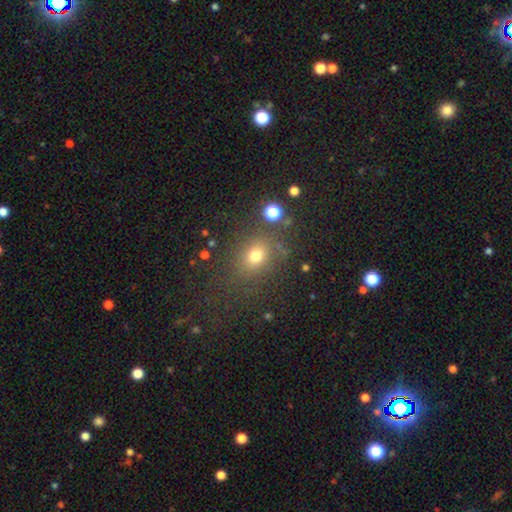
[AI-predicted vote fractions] A smooth galaxy with no disk features (69%) that is round (58%).

Vote fractions:
- Smooth or featured? smooth: 69% / star or artifact: 20% / featured or disk: 11%
- How rounded? round: 58% / in between: 40% / cigar-shaped: 2%
- Merging? none: 76% / minor disturbance: 12% / major disturbance: 7% / merger: 4%